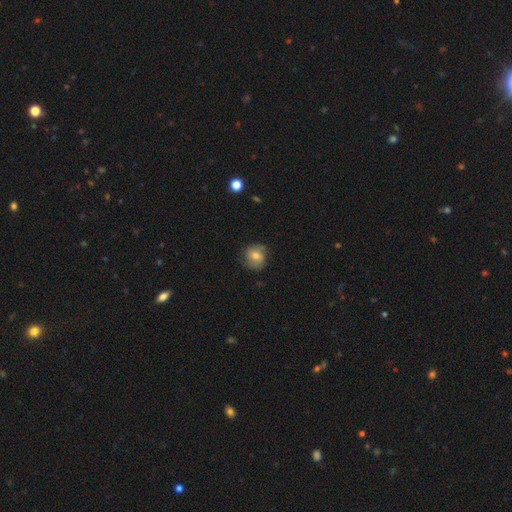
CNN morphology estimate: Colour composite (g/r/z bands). It shows a smooth galaxy with no disk features (53%) that is round (83%). Merging: none (73%).